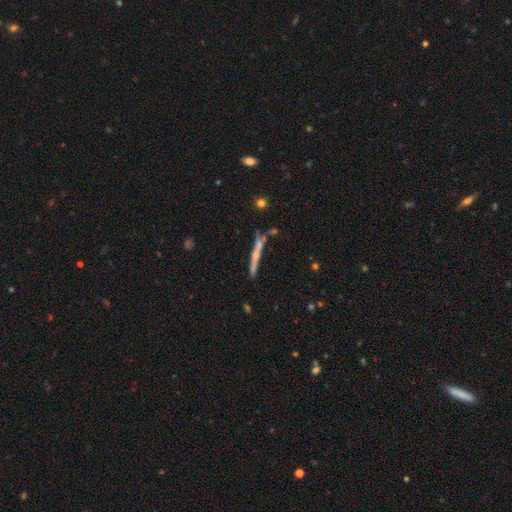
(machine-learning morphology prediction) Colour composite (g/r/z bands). It shows a featured or disk galaxy (62%) viewed edge-on (95%) with a rounded central bulge (53%). Merging: none (74%).